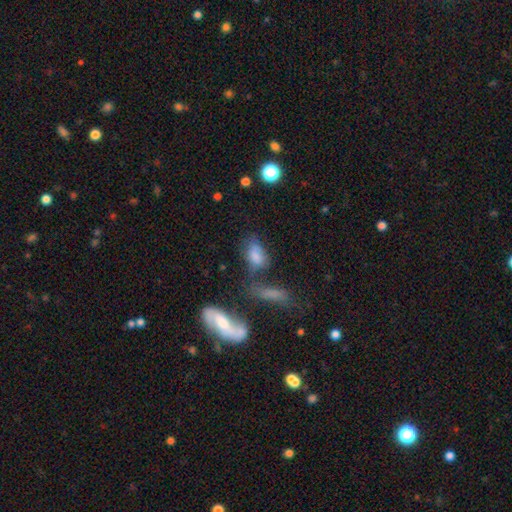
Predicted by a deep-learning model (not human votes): Q: Smooth or featured?
A: smooth (74%); runner-up: featured or disk (14%)
Q: How rounded?
A: in between (87%); runner-up: round (8%)
Q: Merging?
A: none (39%); runner-up: merger (23%)